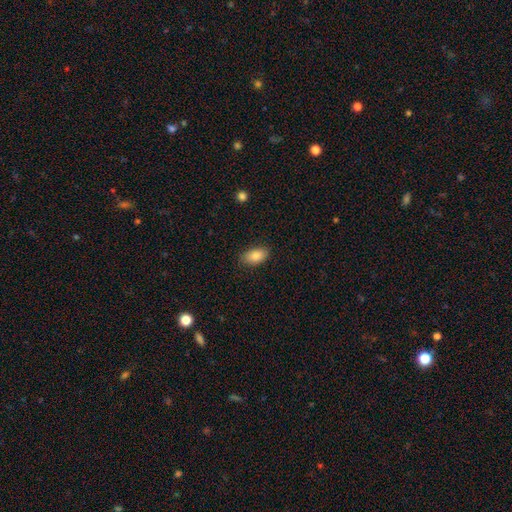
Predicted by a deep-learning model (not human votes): A smooth galaxy with no disk features (84%) that is in between round and cigar-shaped (92%).

Vote fractions:
- Smooth or featured? smooth: 84% / featured or disk: 8% / star or artifact: 8%
- How rounded? in between: 92% / round: 5% / cigar-shaped: 3%
- Merging? none: 85% / minor disturbance: 12% / major disturbance: 2% / merger: 1%